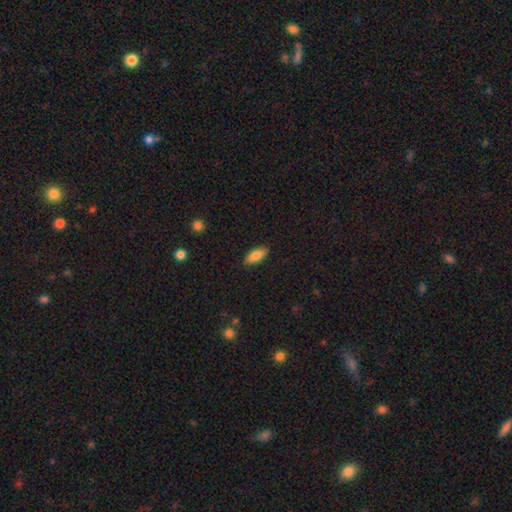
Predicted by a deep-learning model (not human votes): This appears to be a smooth galaxy with no disk features (83%) that is in between round and cigar-shaped (81%). Merging: none (87%).